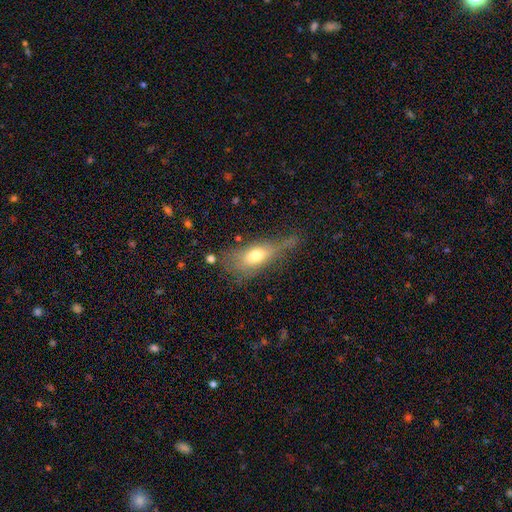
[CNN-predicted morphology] This appears to be a smooth galaxy with no disk features (62%) that is in between round and cigar-shaped (76%). Merging: none (37%).